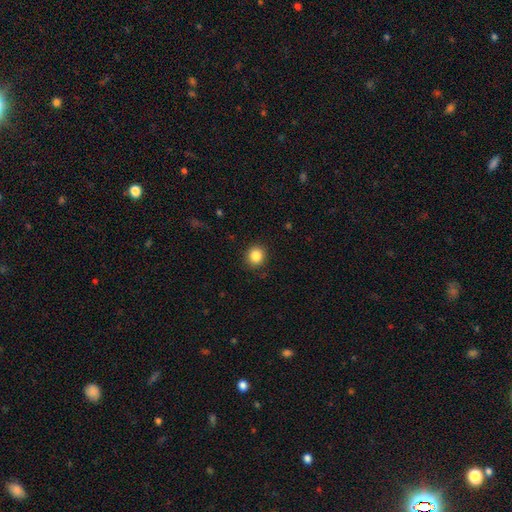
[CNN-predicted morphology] A smooth galaxy with no disk features (86%) that is round (86%). Merging: none (90%).